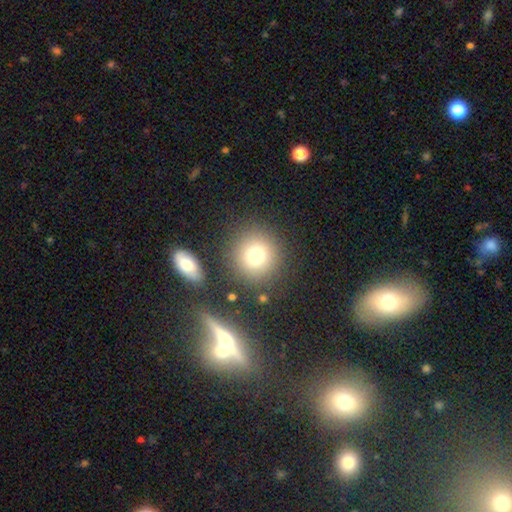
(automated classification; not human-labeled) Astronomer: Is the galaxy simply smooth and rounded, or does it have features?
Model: smooth — 75%.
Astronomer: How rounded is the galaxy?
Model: round — 90%.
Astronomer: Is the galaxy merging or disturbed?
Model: none — 83%.